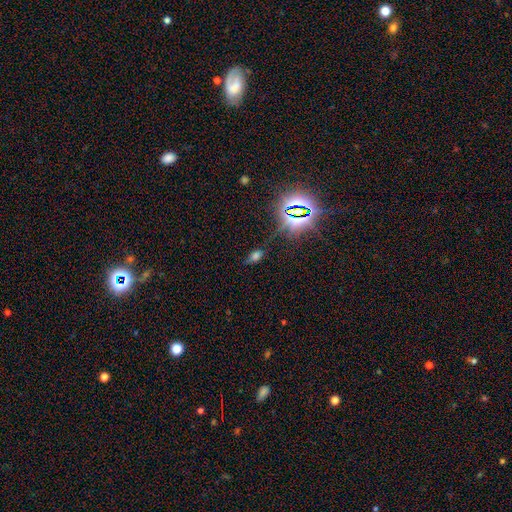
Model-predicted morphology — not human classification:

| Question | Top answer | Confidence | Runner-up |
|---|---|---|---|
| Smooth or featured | smooth | 54% | star or artifact (35%) |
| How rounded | in between | 84% | round (8%) |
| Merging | none | 70% | minor disturbance (19%) |